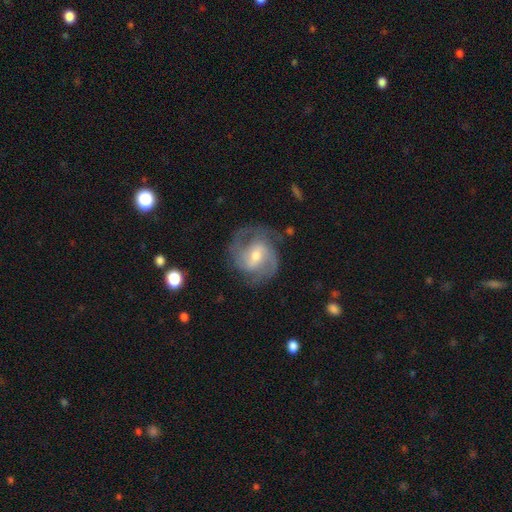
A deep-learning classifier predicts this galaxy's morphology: Smooth or featured?
  - featured or disk: 86% *
  - smooth: 9%
  - star or artifact: 5%
Edge-on disk?
  - no: 98% *
  - yes: 2%
Bar?
  - weak: 54% *
  - no: 25%
  - strong: 22%
Spiral arms?
  - yes: 96% *
  - no: 4%
Spiral winding?
  - medium: 52% *
  - tight: 33%
  - loose: 15%
Spiral arm count?
  - 2: 74% *
  - 3: 11%
  - can't tell: 8%
  - 1: 3%
  - 4: 2%
  - more than 4: 2%
Bulge size?
  - moderate: 57% *
  - small: 37%
  - large: 4%
  - none: 1%
  - dominant: 1%
Merging?
  - none: 73% *
  - minor disturbance: 17%
  - major disturbance: 9%
  - merger: 2%